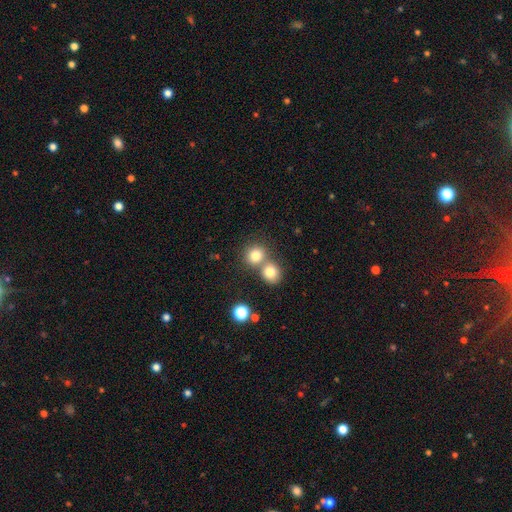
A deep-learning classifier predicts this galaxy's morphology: Smooth or featured?
  - smooth: 79% *
  - star or artifact: 12%
  - featured or disk: 9%
How rounded?
  - round: 84% *
  - in between: 15%
  - cigar-shaped: 1%
Merging?
  - none: 46% *
  - merger: 45%
  - minor disturbance: 6%
  - major disturbance: 3%